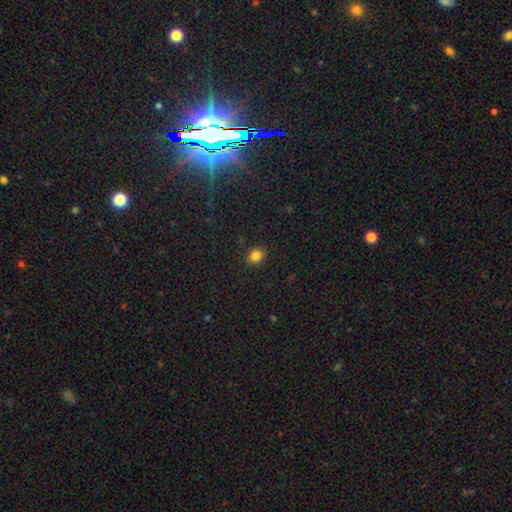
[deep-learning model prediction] A smooth galaxy with no disk features (84%) that is round (66%). Merging: none (90%).